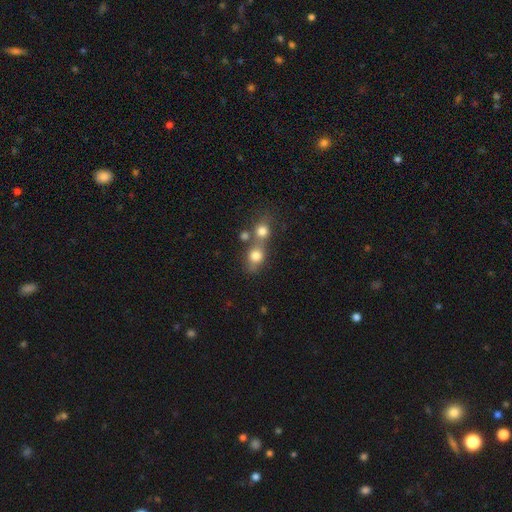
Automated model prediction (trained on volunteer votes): A smooth galaxy with no disk features (77%) that is round (64%). Merging: merger (48%).